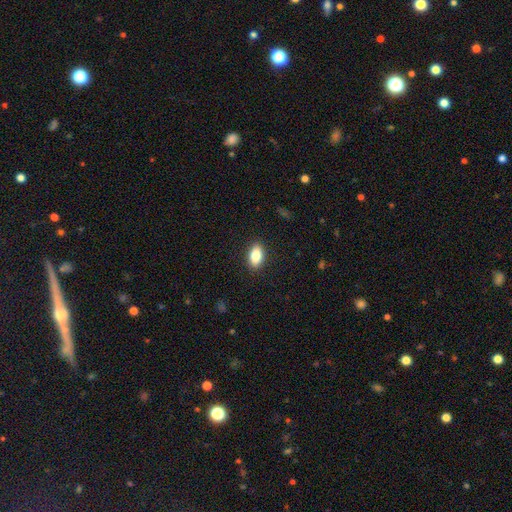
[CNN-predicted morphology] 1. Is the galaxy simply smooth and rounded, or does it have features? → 83% smooth, 9% featured or disk, 7% star or artifact.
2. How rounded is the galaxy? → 90% in between, 7% round, 3% cigar-shaped.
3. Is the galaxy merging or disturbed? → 89% none, 8% minor disturbance, 2% major disturbance, 1% merger.